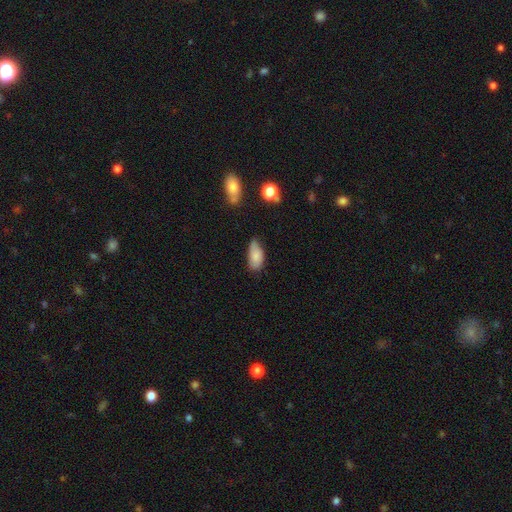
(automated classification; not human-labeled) smooth-or-featured: smooth: 82% | featured or disk: 10% | star or artifact: 8%
  how-rounded: in between: 90% | cigar-shaped: 7% | round: 3%
  merging: none: 54% | minor disturbance: 37% | major disturbance: 7% | merger: 2%